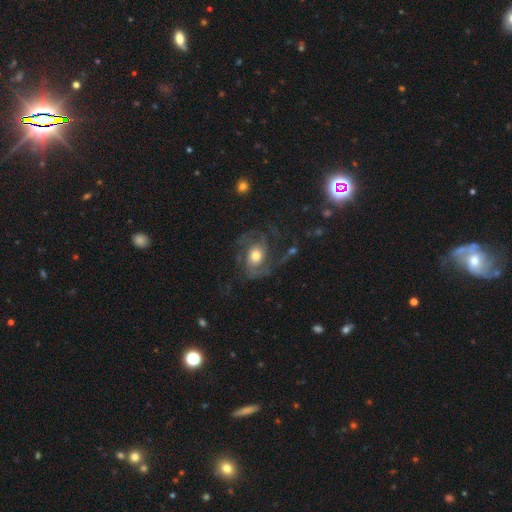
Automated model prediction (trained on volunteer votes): Morphology: type=featured or disk (83%); edge-on=no (97%); bar=no (71%); spiral arms=yes (95%); winding=medium (48%); arm count=2 (37%); bulge=moderate (65%); merging=none (57%).